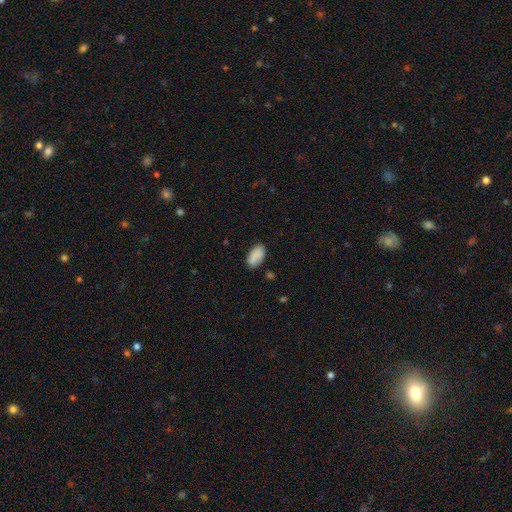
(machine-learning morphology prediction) A smooth galaxy with no disk features (88%) that is in between round and cigar-shaped (94%).

Vote fractions:
- Smooth or featured? smooth: 88% / star or artifact: 7% / featured or disk: 5%
- How rounded? in between: 94% / round: 3% / cigar-shaped: 3%
- Merging? none: 79% / minor disturbance: 15% / major disturbance: 3% / merger: 3%